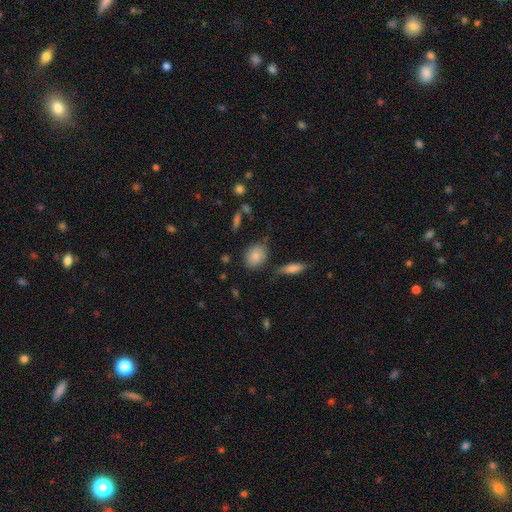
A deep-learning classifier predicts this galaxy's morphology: The model was most divided on "how rounded": in between: 51%, round: 47%, cigar-shaped: 2%. More confident: smooth or featured — smooth (81%); merging — none (70%).